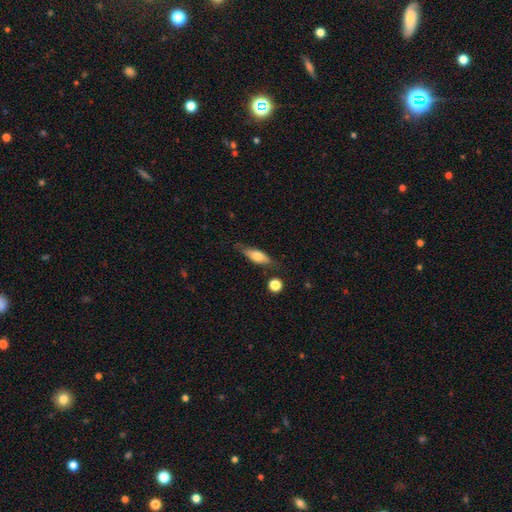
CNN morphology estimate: Smooth or featured: smooth — 59% (featured or disk — 34%)
How rounded: in between — 55% (cigar-shaped — 41%)
Merging: none — 74% (minor disturbance — 18%)